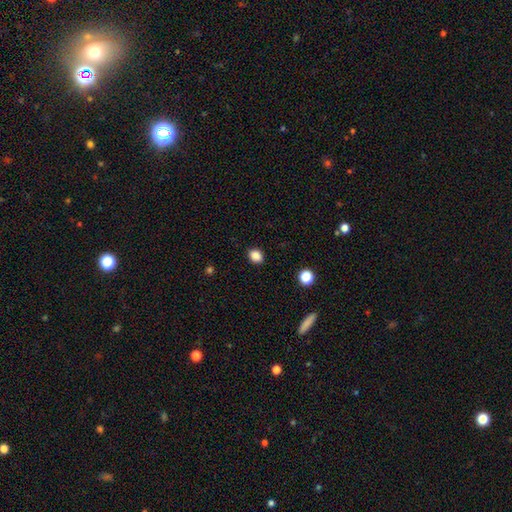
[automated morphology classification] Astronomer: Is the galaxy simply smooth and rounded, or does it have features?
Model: smooth — 86%.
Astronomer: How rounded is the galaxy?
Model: round — 53% (runner-up: in between, 46%).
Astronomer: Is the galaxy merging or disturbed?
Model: none — 89%.